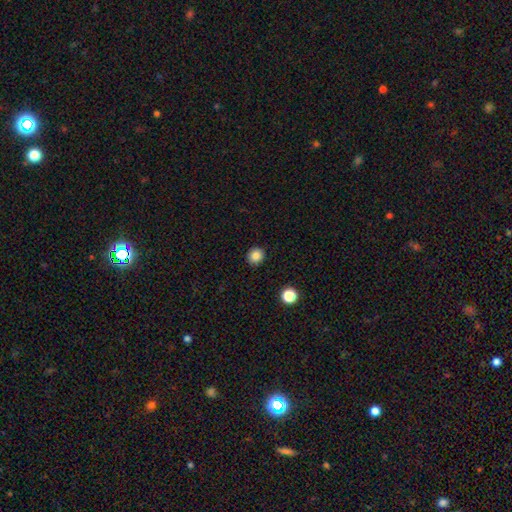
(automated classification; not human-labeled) Smooth or featured: smooth — 84% (star or artifact — 11%)
How rounded: round — 87% (in between — 12%)
Merging: none — 91% (minor disturbance — 6%)